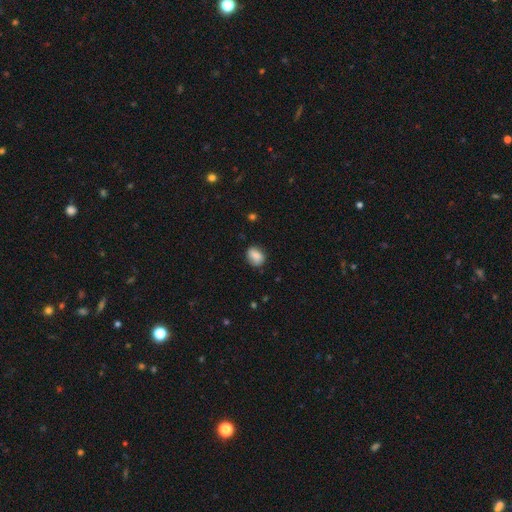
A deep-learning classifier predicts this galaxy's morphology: The model was most divided on "how rounded": in between: 61%, round: 37%, cigar-shaped: 1%. More confident: smooth or featured — smooth (82%); merging — none (73%).